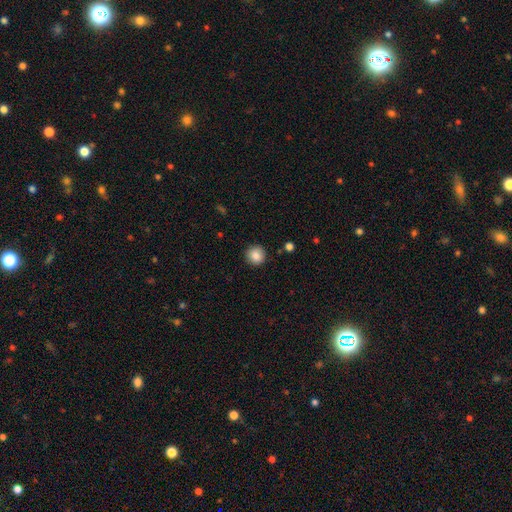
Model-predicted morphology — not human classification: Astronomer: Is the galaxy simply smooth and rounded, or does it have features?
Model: smooth — 86%.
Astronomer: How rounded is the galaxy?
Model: round — 94%.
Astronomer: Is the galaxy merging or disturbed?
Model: none — 91%.